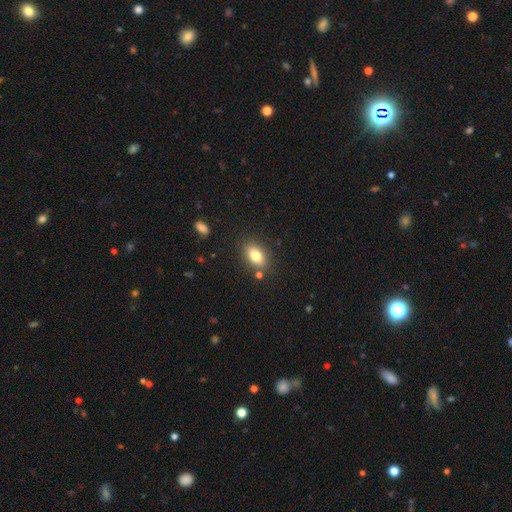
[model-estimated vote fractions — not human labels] Smooth or featured? Predicted: smooth (p=0.79). How rounded? Predicted: in between (p=0.86). Merging? Predicted: none (p=0.80).